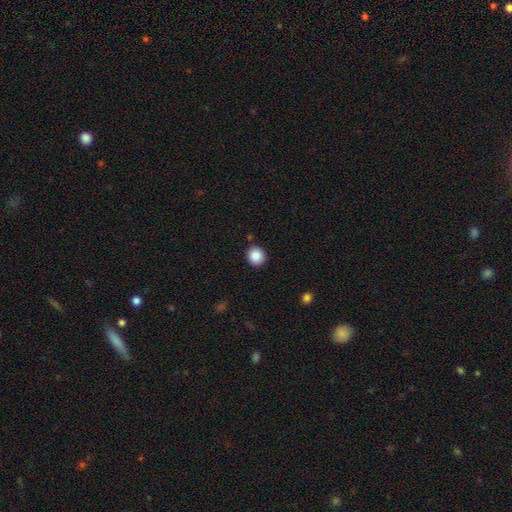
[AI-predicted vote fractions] Overall: smooth (88%). How rounded: round (90%). Merging: none (90%).